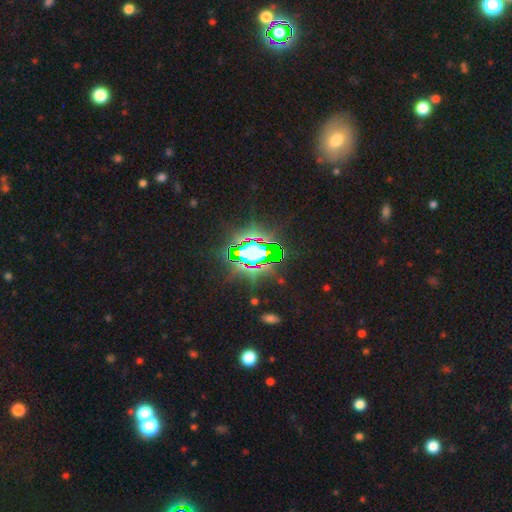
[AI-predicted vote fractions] smooth_or_featured: star or artifact (p=0.77) [alt: smooth p=0.12]